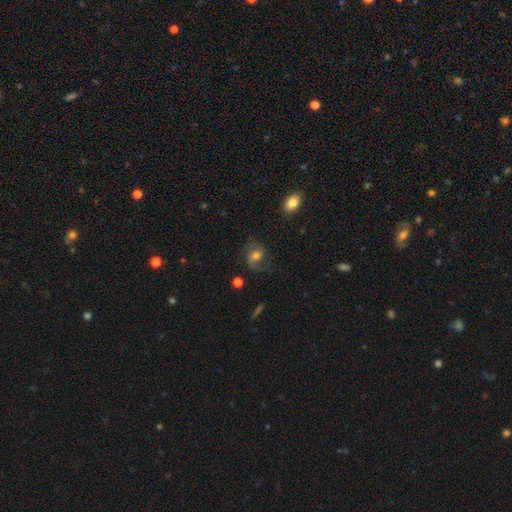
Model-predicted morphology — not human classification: featured or disk 61%, smooth 28%, star or artifact 11%. Down the decision tree: edge-on disk — no (97%); bar — no (44%); spiral arms — yes (91%); spiral arm count — 2 (84%); spiral winding — medium (46%); bulge size — moderate (57%); merging — none (65%).